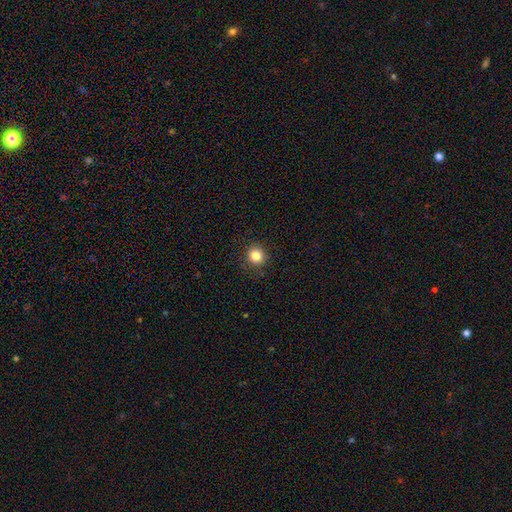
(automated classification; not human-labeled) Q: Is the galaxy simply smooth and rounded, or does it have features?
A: smooth — 84%.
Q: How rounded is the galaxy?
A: round — 90%.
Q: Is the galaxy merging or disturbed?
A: none — 91%.